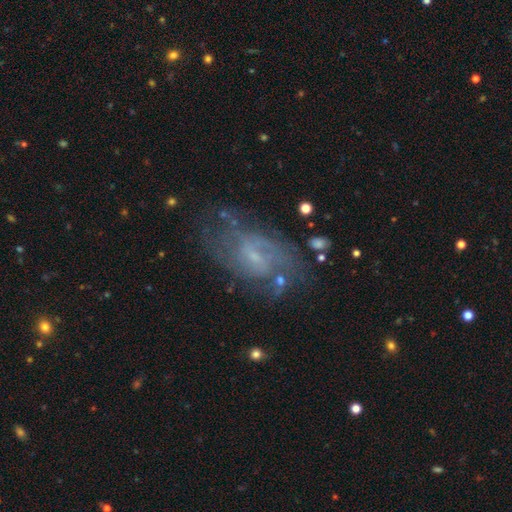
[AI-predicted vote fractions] A featured or disk galaxy (74%) with a weak bar (46%, tied with no), medium (43%) spiral arms (83%) and a small central bulge (69%).

Vote fractions:
- Smooth or featured? featured or disk: 74% / smooth: 15% / star or artifact: 11%
- Edge-on disk? no: 95% / yes: 5%
- Bar? weak: 46% (tied) / no: 46% (tied) / strong: 8%
- Spiral arms? yes: 83% / no: 17%
- Spiral winding? medium: 43% / tight: 33% / loose: 24%
- Spiral arm count? can't tell: 42% / 2: 33% / 3: 10% / 4: 6% / 1: 5% / more than 4: 4%
- Bulge size? small: 69% / moderate: 17% / none: 12% / large: 1% / dominant: 1%
- Merging? none: 63% / minor disturbance: 19% / major disturbance: 14% / merger: 4%